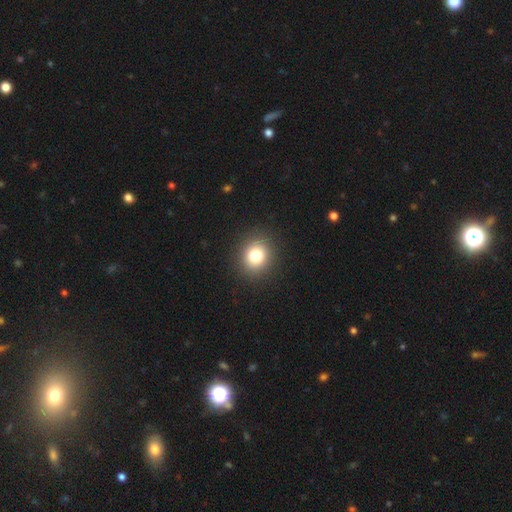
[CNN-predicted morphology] This is clearly a smooth galaxy (80%). How rounded: likely round (78%). Merging: clearly none (91%).